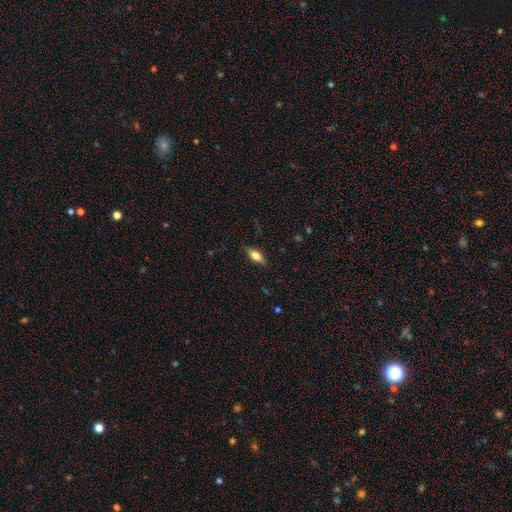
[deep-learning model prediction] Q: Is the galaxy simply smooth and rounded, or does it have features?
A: smooth — 64%.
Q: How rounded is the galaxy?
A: in between — 73%.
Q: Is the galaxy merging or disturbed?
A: none — 84%.